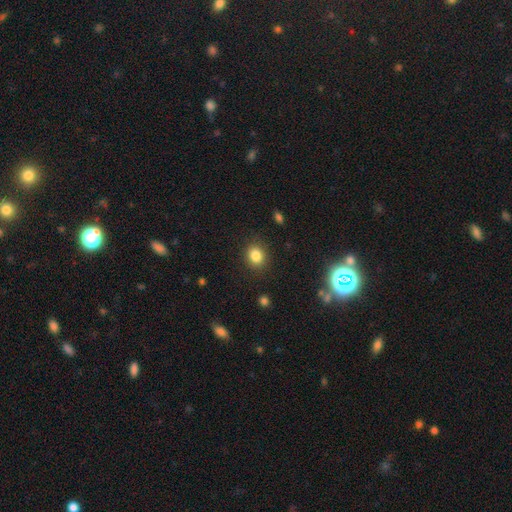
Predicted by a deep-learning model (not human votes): Smooth or featured? Predicted: smooth (p=0.84). How rounded? Predicted: round (p=0.64). Merging? Predicted: none (p=0.87).